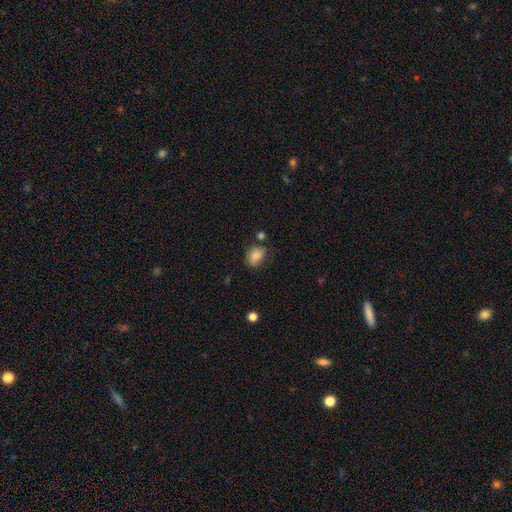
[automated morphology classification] Smooth or featured: smooth — 76% (featured or disk — 14%)
How rounded: in between — 61% (round — 38%)
Merging: none — 53% (minor disturbance — 29%)